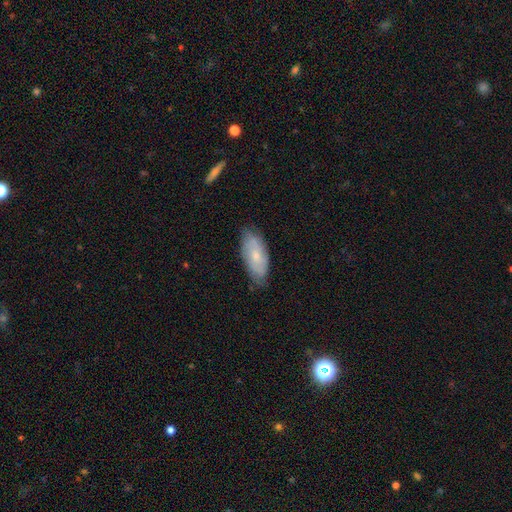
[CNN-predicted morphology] Smooth or featured? smooth (53%)
How rounded? in between (86%)
Merging? none (74%)